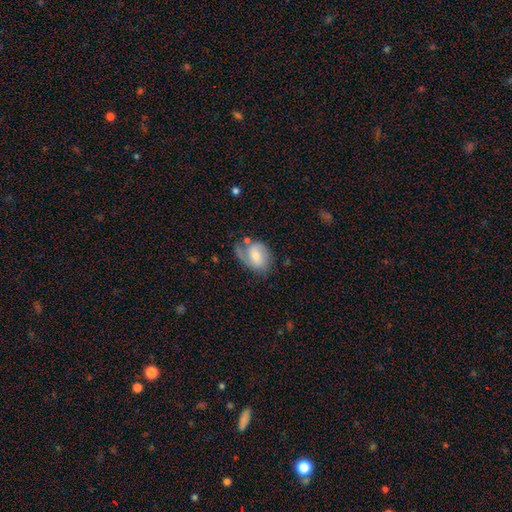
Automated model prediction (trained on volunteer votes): Smooth or featured: featured or disk — 59% (smooth — 34%)
Edge-on disk: no — 96% (yes — 4%)
Bar: no — 50% (weak — 40%)
Spiral arms: yes — 85% (no — 15%)
Bulge size: moderate — 51% (small — 39%)
Merging: none — 46% (minor disturbance — 27%)